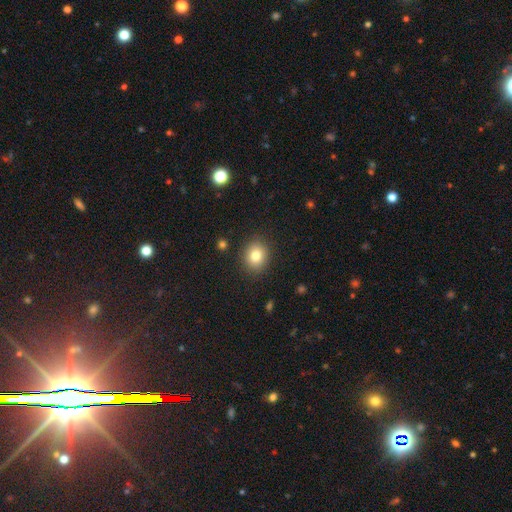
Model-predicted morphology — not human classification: type=smooth (81%); roundness=round (65%); merging=none (88%).